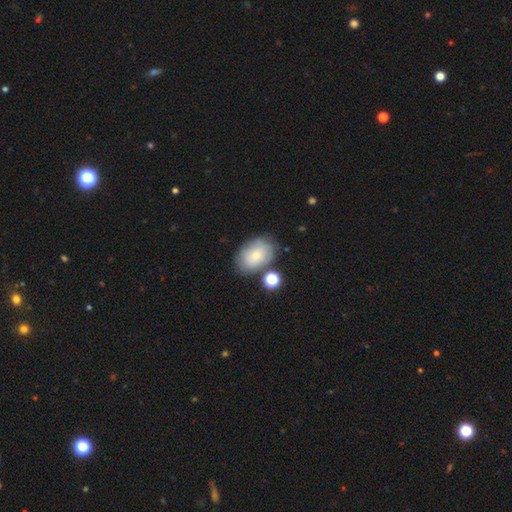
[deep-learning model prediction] A smooth galaxy with no disk features (73%) that is in between round and cigar-shaped (83%). Merging: none (68%).